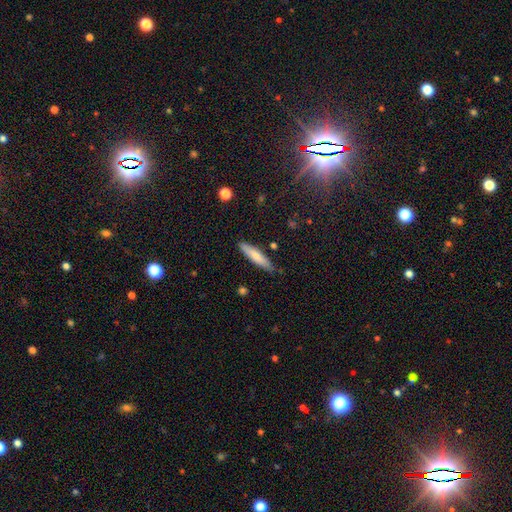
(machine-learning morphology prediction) A smooth galaxy with no disk features (74%) that is cigar-shaped (82%).

Vote fractions:
- Smooth or featured? smooth: 74% / featured or disk: 21% / star or artifact: 6%
- How rounded? cigar-shaped: 82% / in between: 17% / round: 1%
- Merging? none: 83% / minor disturbance: 13% / merger: 2% / major disturbance: 2%